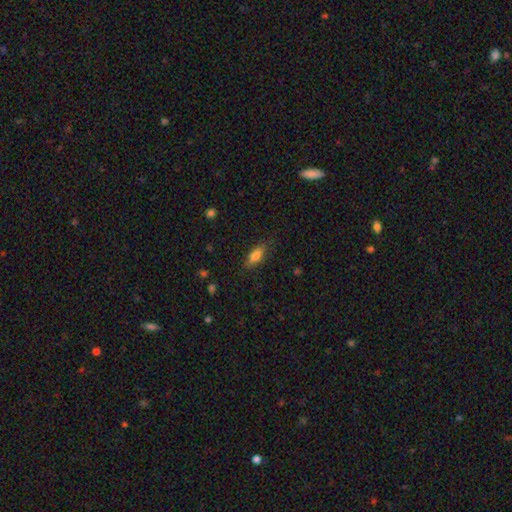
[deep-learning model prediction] A smooth galaxy with no disk features (78%) that is in between round and cigar-shaped (70%). Merging: none (82%).